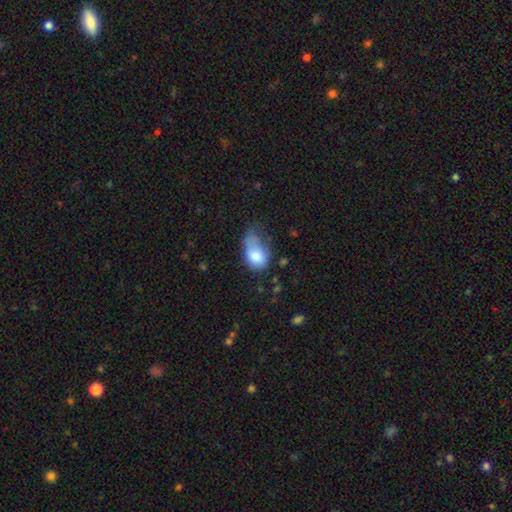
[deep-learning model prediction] This is likely a smooth galaxy (76%). How rounded: clearly in between (85%). Merging: marginally major disturbance (40%).